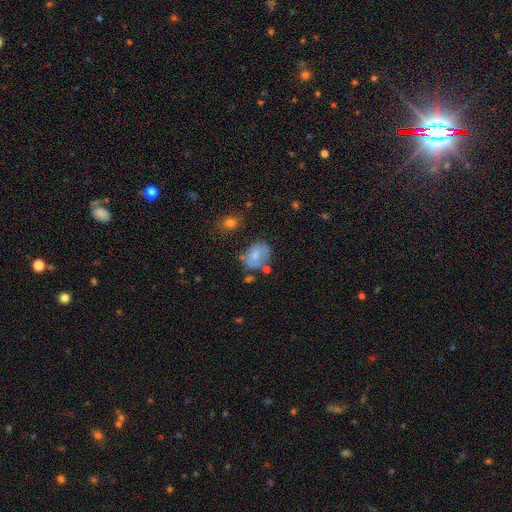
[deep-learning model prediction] This is likely a smooth galaxy (67%). How rounded: likely in between (69%). Merging: possibly none (54%).